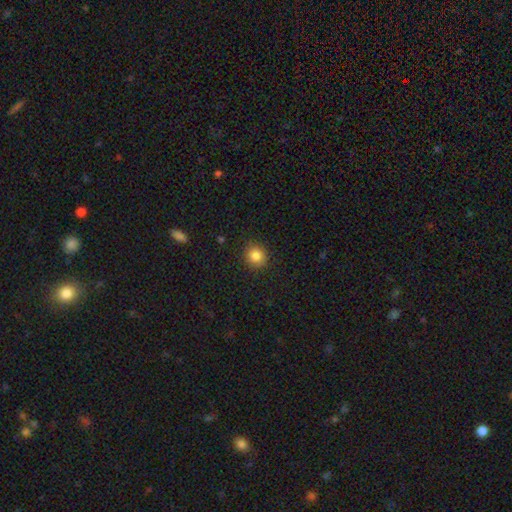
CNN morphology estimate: Smooth or featured: smooth — 85% (star or artifact — 10%)
How rounded: round — 81% (in between — 18%)
Merging: none — 89% (minor disturbance — 7%)